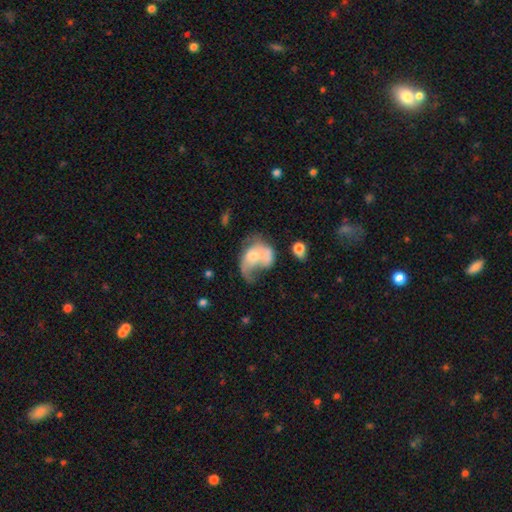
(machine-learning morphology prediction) smooth_or_featured: featured or disk (p=0.50) [alt: smooth p=0.41]
disk_edge_on: no (p=0.97) [alt: yes p=0.03]
merging: major disturbance (p=0.48) [alt: merger p=0.21]